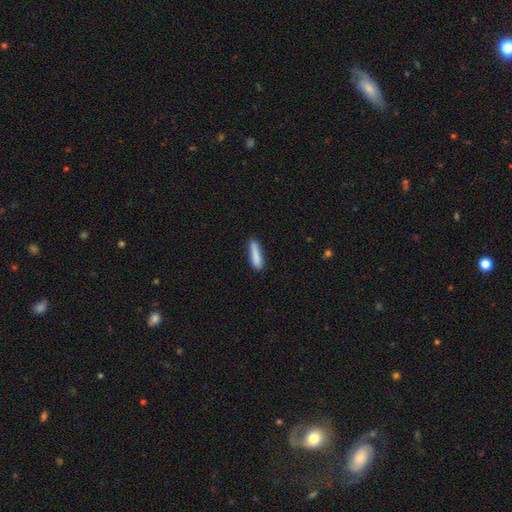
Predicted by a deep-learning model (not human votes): A smooth galaxy with no disk features (85%) that is cigar-shaped (79%). Merging: none (76%).